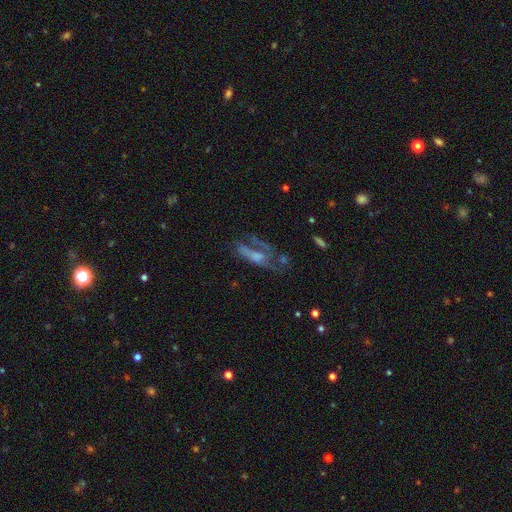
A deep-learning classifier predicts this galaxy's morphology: A featured or disk galaxy (59%). Merging: none (38%).